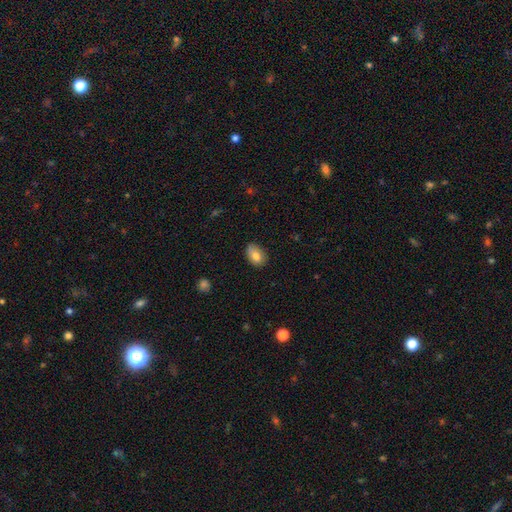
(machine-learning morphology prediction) smooth 80%, featured or disk 12%, star or artifact 8%. Down the decision tree: how rounded — in between (83%); merging — none (80%).